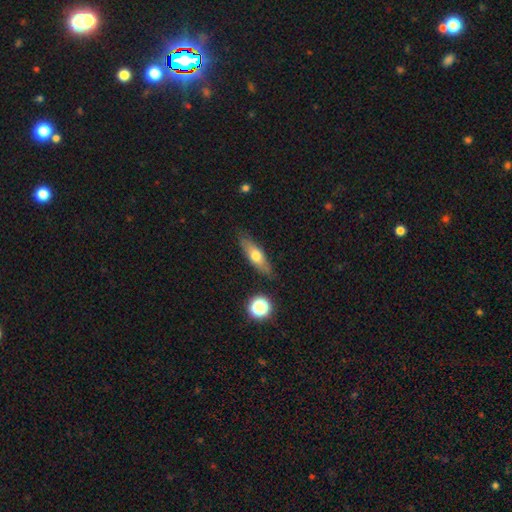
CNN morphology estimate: smooth-or-featured: smooth: 54% | featured or disk: 38% | star or artifact: 8%
  how-rounded: cigar-shaped: 51% | in between: 44% | round: 5%
  merging: none: 84% | minor disturbance: 12% | major disturbance: 3% | merger: 2%